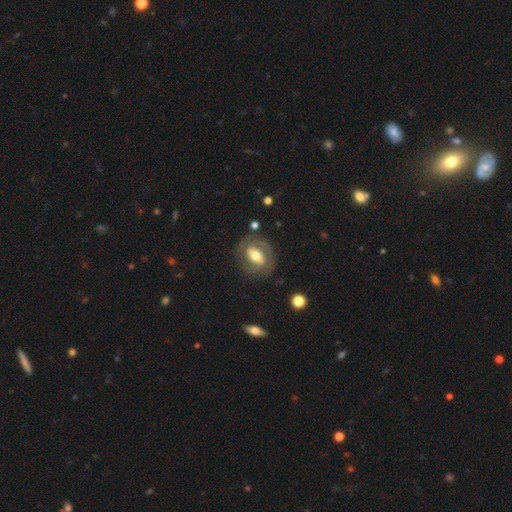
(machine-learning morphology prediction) Smooth or featured?
  - featured or disk: 66% *
  - smooth: 28%
  - star or artifact: 6%
Edge-on disk?
  - no: 93% *
  - yes: 7%
Bar?
  - strong: 37% * (tied)
  - weak: 37% * (tied)
  - no: 26%
Spiral arms?
  - yes: 68% *
  - no: 32%
Bulge size?
  - moderate: 62% *
  - large: 23%
  - small: 11%
  - dominant: 2%
  - none: 1%
Merging?
  - none: 71% *
  - minor disturbance: 17%
  - major disturbance: 10%
  - merger: 2%